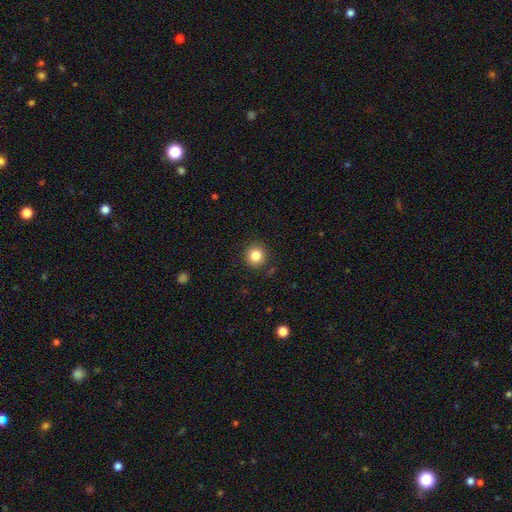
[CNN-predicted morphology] smooth 84%, star or artifact 11%, featured or disk 5%. Down the decision tree: how rounded — round (93%); merging — none (89%).